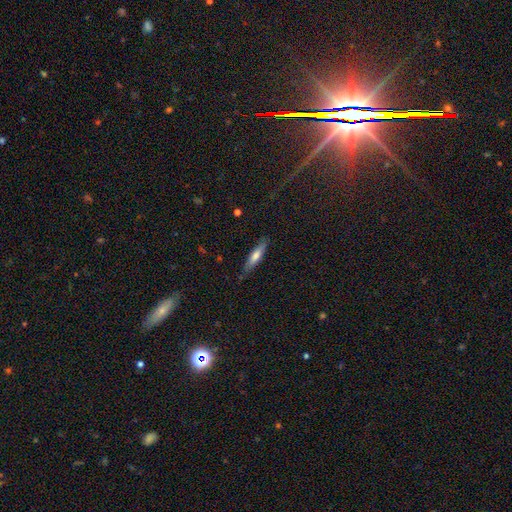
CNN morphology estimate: Smooth or featured?
  - smooth: 63% *
  - featured or disk: 30%
  - star or artifact: 6%
How rounded?
  - cigar-shaped: 78% *
  - in between: 20%
  - round: 1%
Merging?
  - none: 82% *
  - minor disturbance: 14%
  - major disturbance: 3%
  - merger: 1%